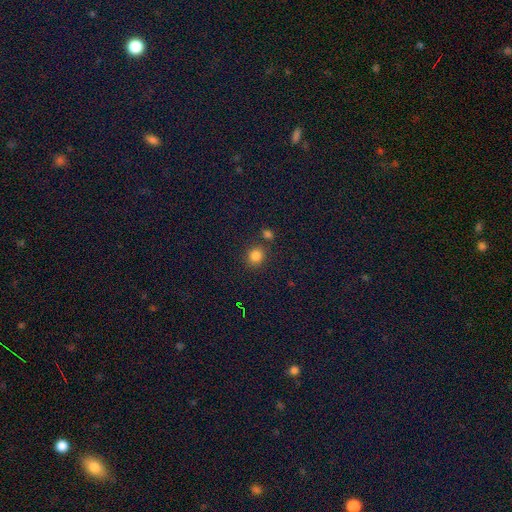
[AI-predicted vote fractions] Overall: smooth (81%). How rounded: round (81%). Merging: none (77%).